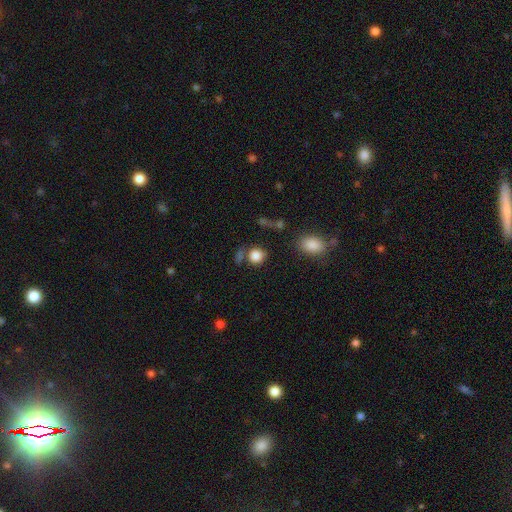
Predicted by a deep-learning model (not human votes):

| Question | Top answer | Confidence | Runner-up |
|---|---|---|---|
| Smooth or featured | smooth | 84% | star or artifact (11%) |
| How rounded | round | 83% | in between (16%) |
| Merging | none | 69% | merger (13%) |